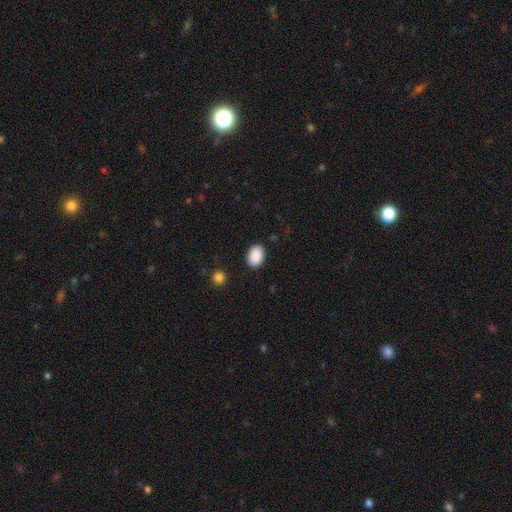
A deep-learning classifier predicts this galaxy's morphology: Smooth or featured? smooth (90%)
How rounded? in between (83%)
Merging? none (89%)